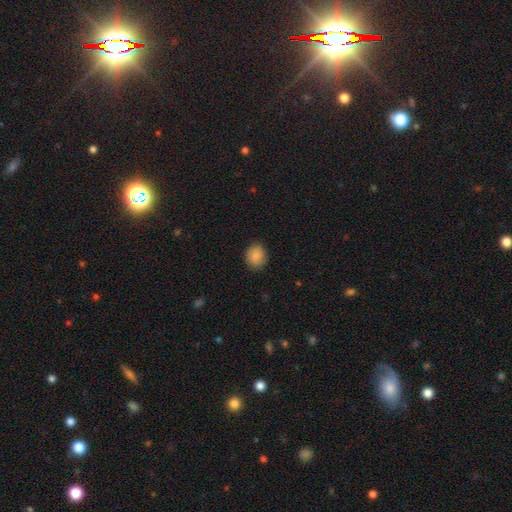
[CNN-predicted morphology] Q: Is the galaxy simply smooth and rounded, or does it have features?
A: smooth — 88%.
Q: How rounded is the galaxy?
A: round — 76%.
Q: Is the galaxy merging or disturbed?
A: none — 88%.